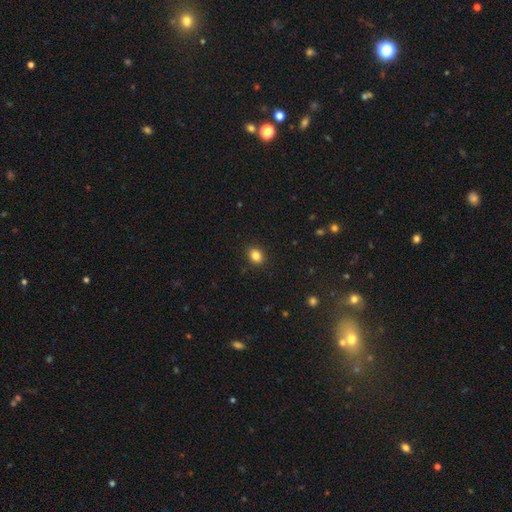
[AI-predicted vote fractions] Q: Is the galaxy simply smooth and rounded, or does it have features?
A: smooth — 85%.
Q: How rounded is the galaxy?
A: round — 57%.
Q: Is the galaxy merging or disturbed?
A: none — 90%.